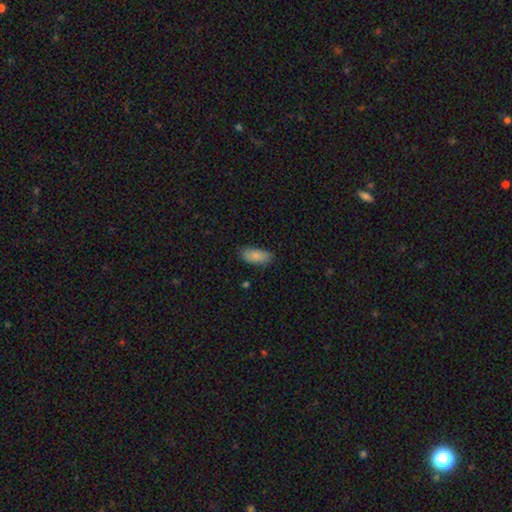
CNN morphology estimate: Smooth or featured? smooth (86%)
How rounded? in between (86%)
Merging? none (81%)